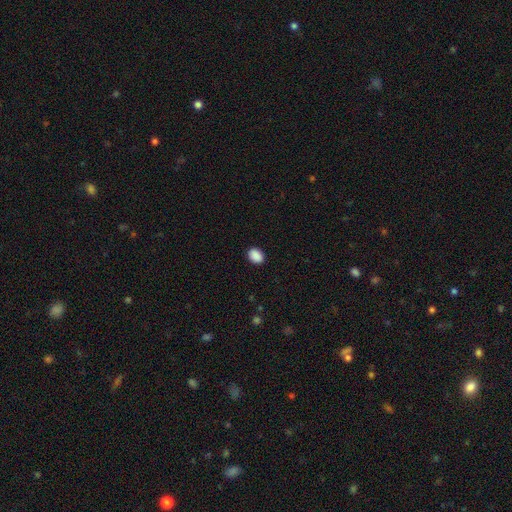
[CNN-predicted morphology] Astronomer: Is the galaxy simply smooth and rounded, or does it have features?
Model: smooth — 90%.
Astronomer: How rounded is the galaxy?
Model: in between — 70%.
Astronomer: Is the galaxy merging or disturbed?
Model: none — 90%.